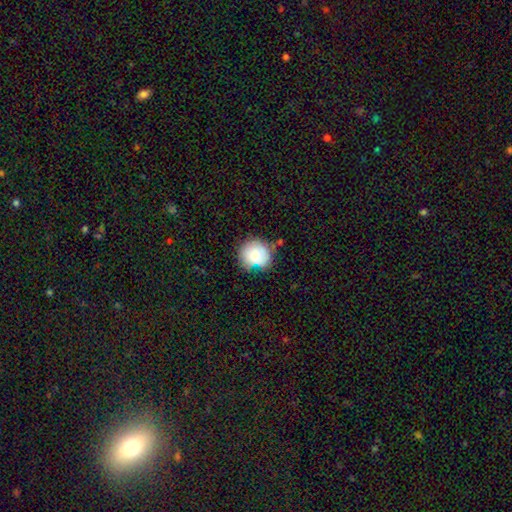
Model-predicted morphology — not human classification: A smooth galaxy with no disk features (81%) that is round (87%). Merging: none (68%).